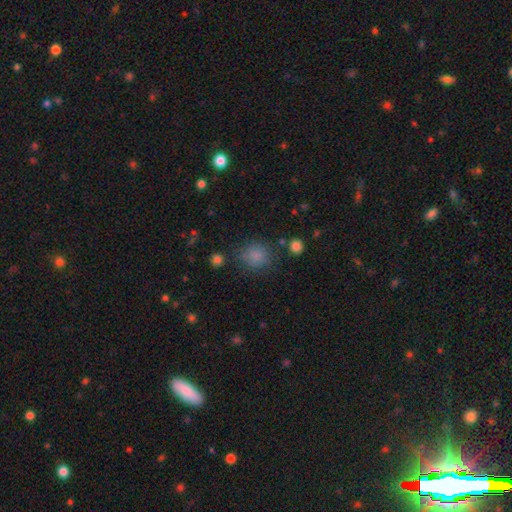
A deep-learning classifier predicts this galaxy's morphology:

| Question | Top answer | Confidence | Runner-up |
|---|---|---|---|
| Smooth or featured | smooth | 80% | star or artifact (14%) |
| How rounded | round | 82% | in between (17%) |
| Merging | none | 76% | minor disturbance (15%) |